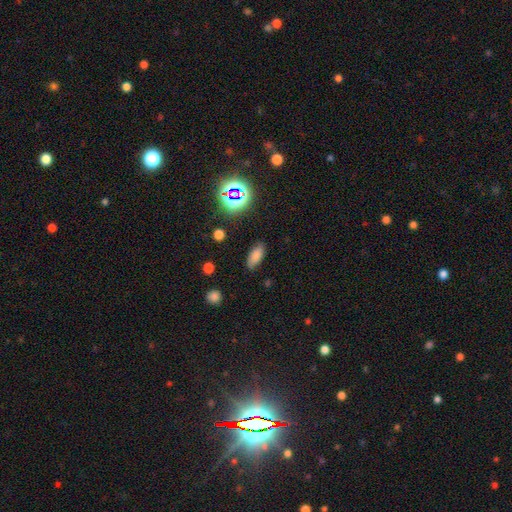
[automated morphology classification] Smooth or featured? smooth (77%)
How rounded? in between (83%)
Merging? none (82%)